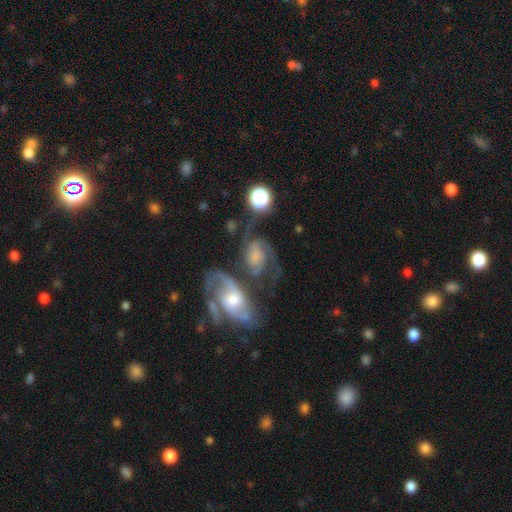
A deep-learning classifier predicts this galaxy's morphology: This is likely a featured or disk galaxy (77%). It is clearly not viewed edge-on (97%). Bar: possibly no (58%). Spiral arm pattern: clearly yes (95%). Spiral arm count: possibly 2 (59%). Spiral winding: possibly medium (52%). Central bulge: marginally small (39%). Merging: marginally none (34%).